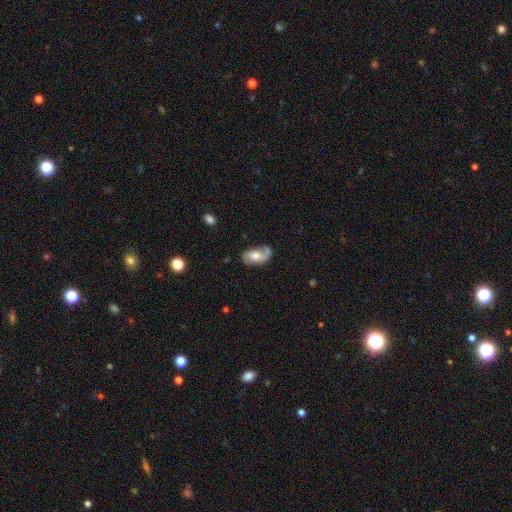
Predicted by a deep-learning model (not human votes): Smooth or featured?
  - featured or disk: 53% *
  - smooth: 40%
  - star or artifact: 7%
Edge-on disk?
  - no: 95% *
  - yes: 5%
Bar?
  - no: 70% *
  - weak: 25%
  - strong: 5%
Spiral arms?
  - yes: 81% *
  - no: 19%
Bulge size?
  - moderate: 54% *
  - large: 21%
  - small: 18%
  - none: 4%
  - dominant: 2%
Merging?
  - none: 51% *
  - minor disturbance: 27%
  - major disturbance: 17%
  - merger: 6%